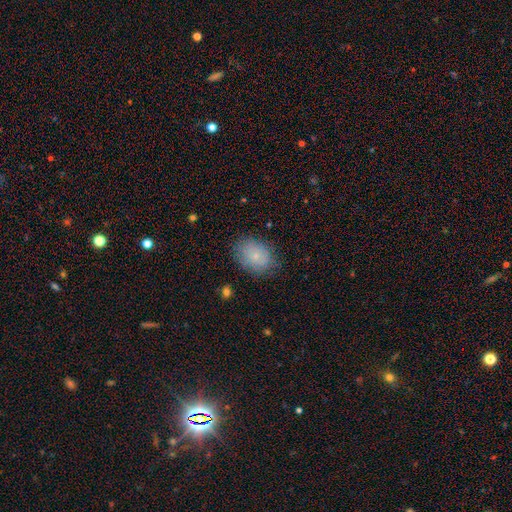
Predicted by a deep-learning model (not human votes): Smooth or featured? smooth (75%)
How rounded? in between (68%)
Merging? none (76%)